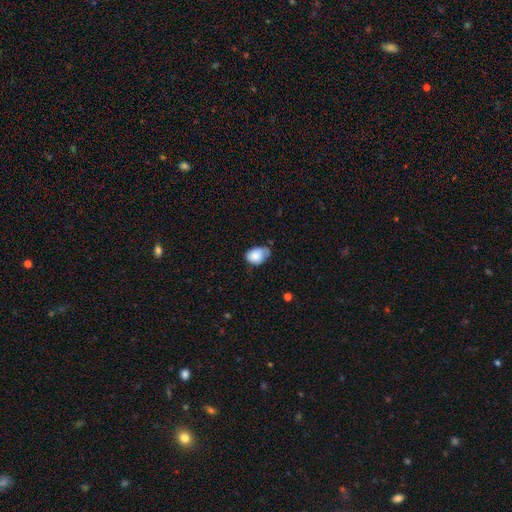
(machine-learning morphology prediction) smooth 77%, featured or disk 16%, star or artifact 7%. Down the decision tree: how rounded — in between (77%); merging — minor disturbance (45%).